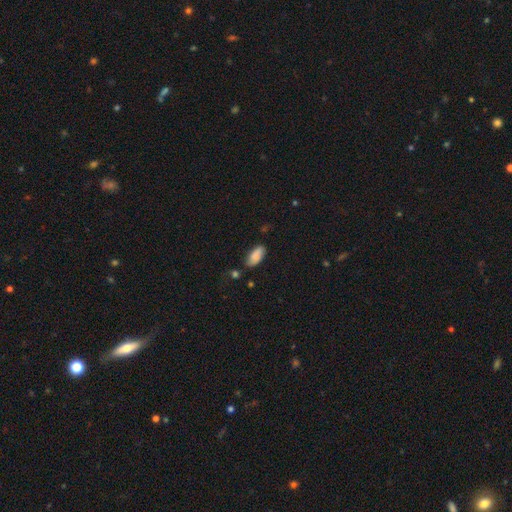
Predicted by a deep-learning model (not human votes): Overall: smooth (81%). How rounded: in between (90%). Merging: none (75%).